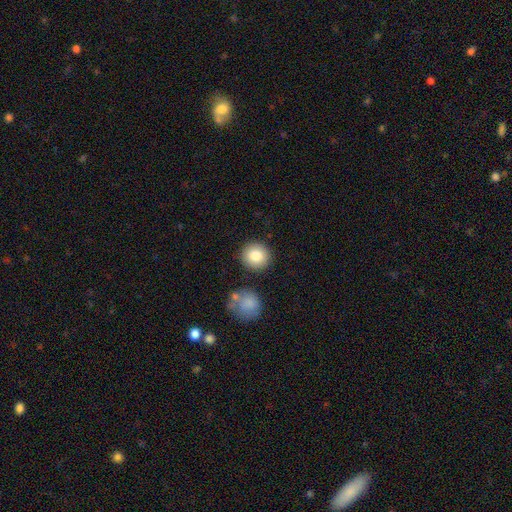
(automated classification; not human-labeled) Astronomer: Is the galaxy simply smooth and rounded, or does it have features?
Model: smooth — 83%.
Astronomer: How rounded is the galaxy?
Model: round — 93%.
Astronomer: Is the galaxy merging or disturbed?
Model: none — 87%.